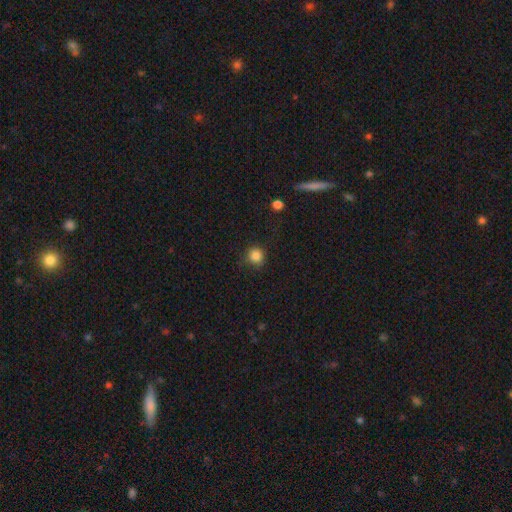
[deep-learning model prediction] Overall: smooth (85%). How rounded: round (92%). Merging: none (80%).